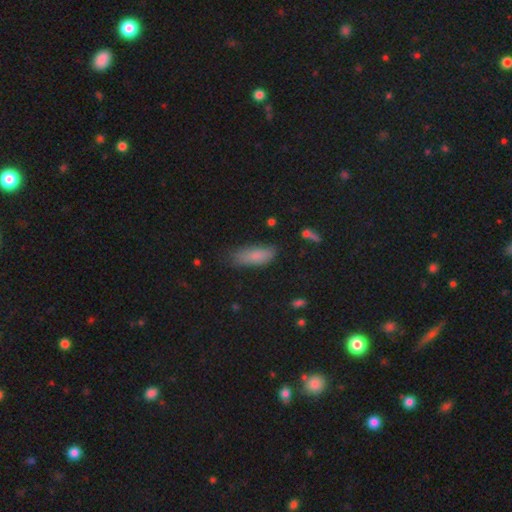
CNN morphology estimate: This is clearly a smooth galaxy (81%). How rounded: likely in between (73%). Merging: likely none (64%).